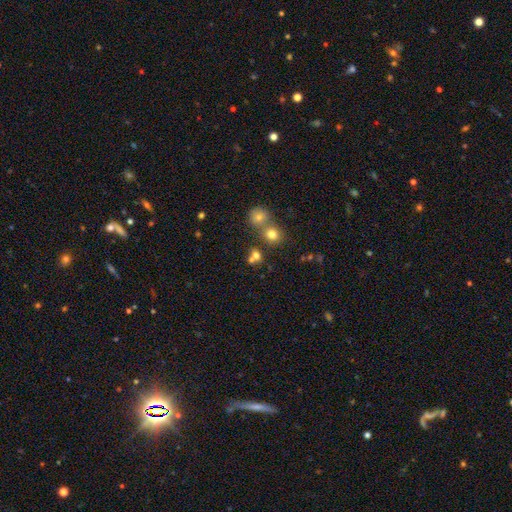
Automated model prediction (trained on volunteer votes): Overall: smooth (72%). How rounded: round (73%). Merging: none (49%; merger 40%).